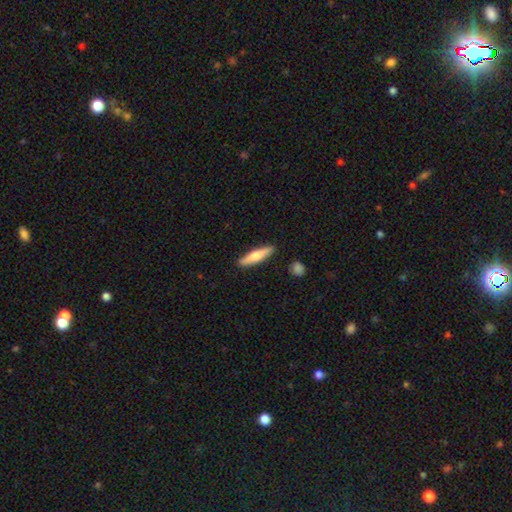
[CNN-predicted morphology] Smooth or featured?
  - smooth: 65% *
  - featured or disk: 30%
  - star or artifact: 5%
How rounded?
  - cigar-shaped: 81% *
  - in between: 17%
  - round: 2%
Merging?
  - none: 89% *
  - minor disturbance: 8%
  - merger: 2%
  - major disturbance: 2%